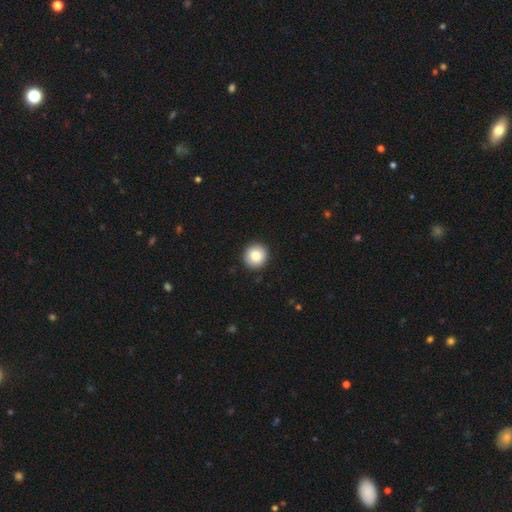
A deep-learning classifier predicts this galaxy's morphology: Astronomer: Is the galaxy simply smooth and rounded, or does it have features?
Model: smooth — 85%.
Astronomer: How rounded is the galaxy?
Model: round — 91%.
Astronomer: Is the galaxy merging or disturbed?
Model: none — 92%.